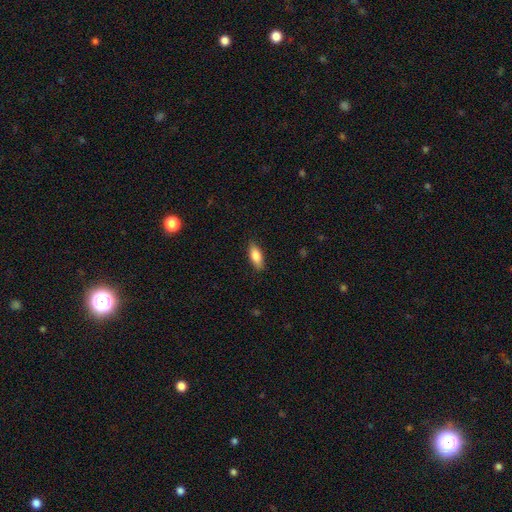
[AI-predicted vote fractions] smooth-or-featured: smooth: 82% | featured or disk: 11% | star or artifact: 6%
  how-rounded: in between: 78% | cigar-shaped: 19% | round: 2%
  merging: none: 87% | minor disturbance: 10% | major disturbance: 2% | merger: 1%